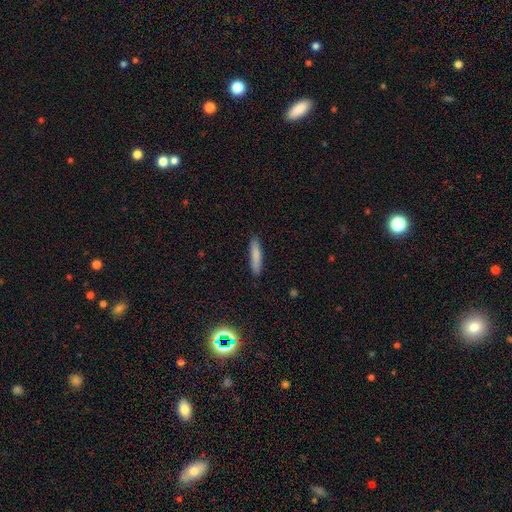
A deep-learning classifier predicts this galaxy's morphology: This appears to be a smooth galaxy with no disk features (83%) that is cigar-shaped (84%). Merging: none (88%).